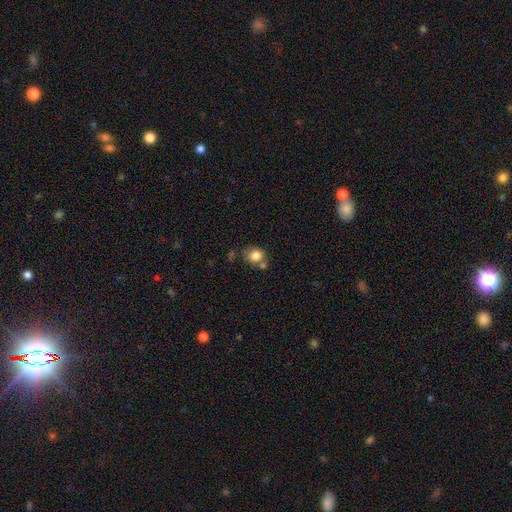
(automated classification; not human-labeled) Morphology: type=smooth (81%); roundness=round (72%); merging=none (58%).